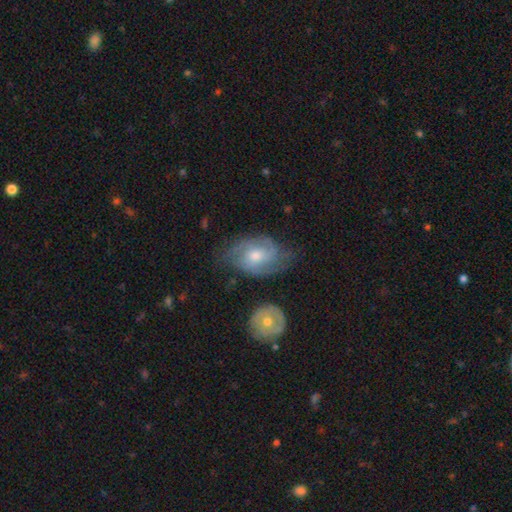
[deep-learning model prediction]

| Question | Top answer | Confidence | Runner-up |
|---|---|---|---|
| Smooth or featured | featured or disk | 74% | smooth (20%) |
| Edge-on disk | no | 96% | yes (4%) |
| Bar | no | 66% | weak (30%) |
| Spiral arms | yes | 90% | no (10%) |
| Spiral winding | medium | 43% | tight (41%) |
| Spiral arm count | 2 | 54% | can't tell (24%) |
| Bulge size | moderate | 62% | small (31%) |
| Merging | none | 61% | minor disturbance (24%) |